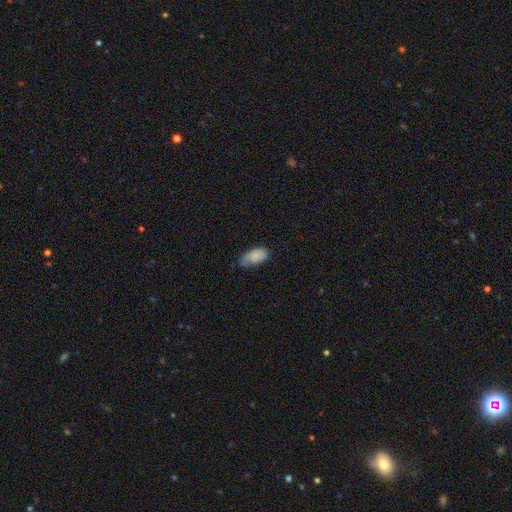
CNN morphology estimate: Smooth or featured?
  - smooth: 82% *
  - featured or disk: 11%
  - star or artifact: 7%
How rounded?
  - in between: 94% *
  - round: 3%
  - cigar-shaped: 3%
Merging?
  - minor disturbance: 42% * (tied)
  - none: 42% * (tied)
  - major disturbance: 13%
  - merger: 3%